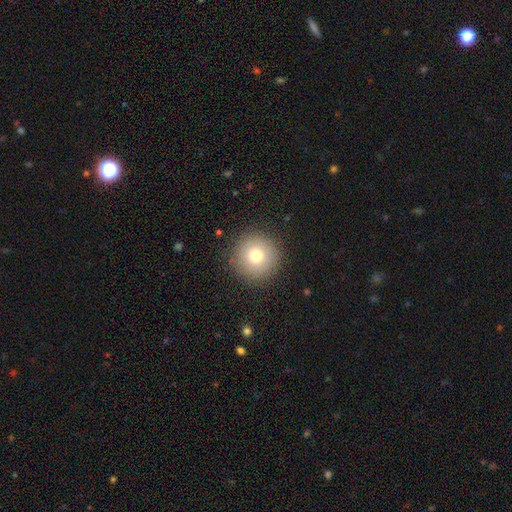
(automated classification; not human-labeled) Smooth or featured? smooth (76%)
How rounded? round (96%)
Merging? none (90%)